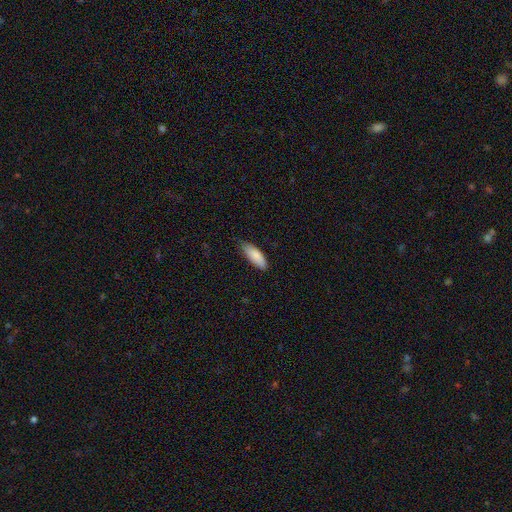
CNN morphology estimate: Smooth or featured? Predicted: smooth (p=0.87). How rounded? Predicted: in between (p=0.71). Merging? Predicted: none (p=0.68).